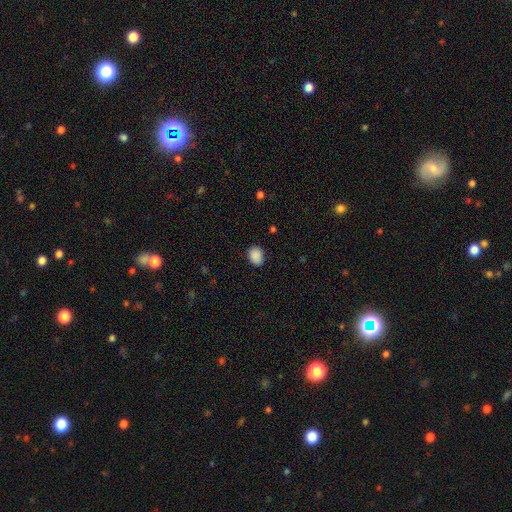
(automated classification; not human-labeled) Overall: smooth (89%). How rounded: in between (66%; round 33%). Merging: none (86%).